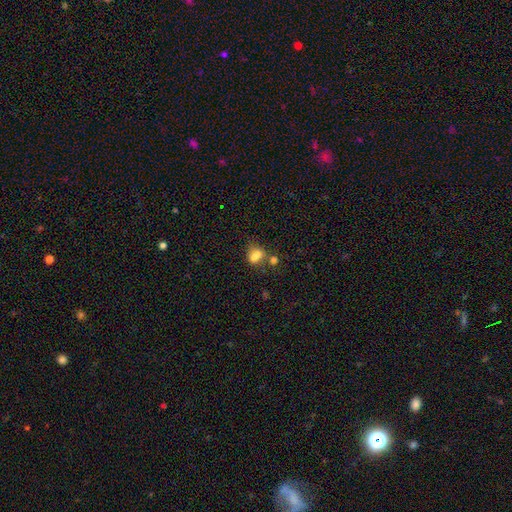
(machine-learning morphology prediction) Overall: smooth (72%). How rounded: in between (59%; round 38%). Merging: merger (50%; none 31%).